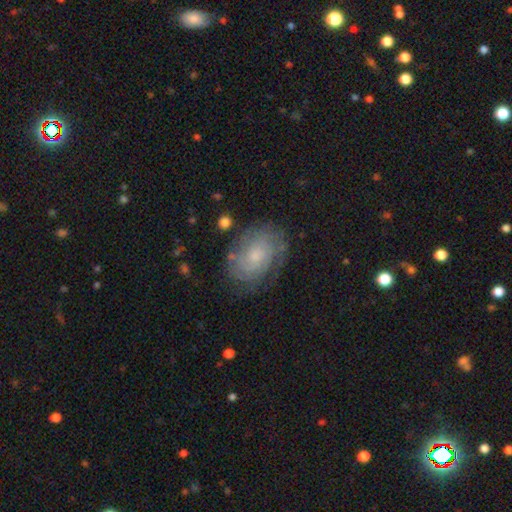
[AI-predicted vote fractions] smooth-or-featured: featured or disk: 71% | smooth: 21% | star or artifact: 8%
  disk-edge-on: no: 97% | yes: 3%
    bar: no: 74% | weak: 23% | strong: 3%
    has-spiral-arms: yes: 90% | no: 10%
      spiral-winding: tight: 68% | medium: 25% | loose: 7%
      spiral-arm-count: can't tell: 44% | 2: 28% | 3: 12% | 4: 6% | 1: 5% | more than 4: 5%
    bulge-size: small: 55% | moderate: 33% | none: 7% | large: 4% | dominant: 1%
  merging: none: 74% | minor disturbance: 17% | major disturbance: 7% | merger: 2%